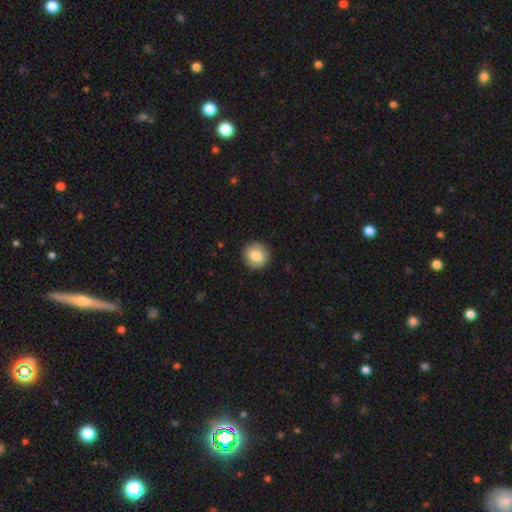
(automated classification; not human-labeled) smooth-or-featured: smooth: 81% | featured or disk: 12% | star or artifact: 8%
  how-rounded: round: 87% | in between: 12% | cigar-shaped: 1%
  merging: none: 90% | minor disturbance: 7% | major disturbance: 2% | merger: 1%